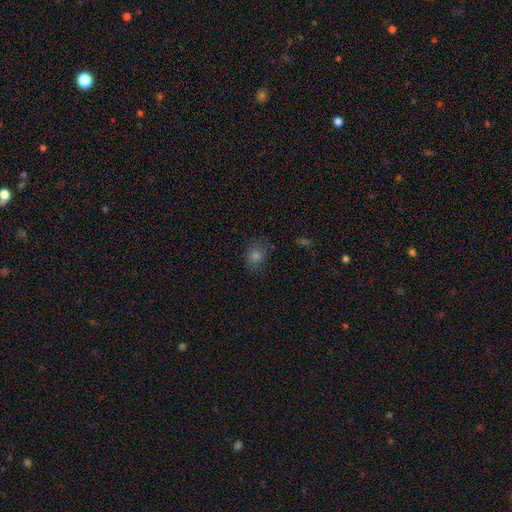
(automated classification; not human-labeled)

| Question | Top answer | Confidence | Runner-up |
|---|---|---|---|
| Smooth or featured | smooth | 67% | star or artifact (22%) |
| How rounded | round | 53% | in between (45%) |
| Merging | none | 73% | minor disturbance (18%) |